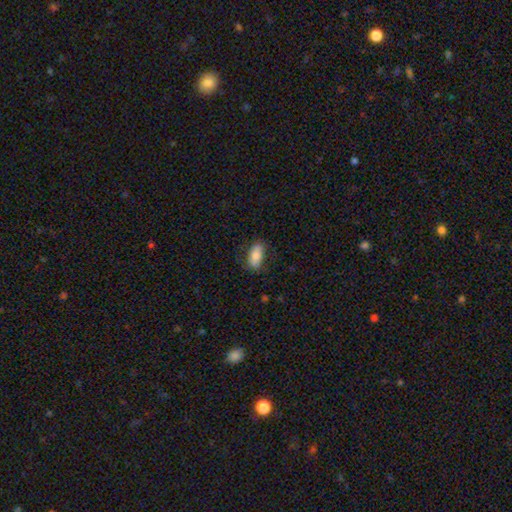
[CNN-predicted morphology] This is clearly a smooth galaxy (81%). How rounded: clearly in between (87%). Merging: likely none (80%).